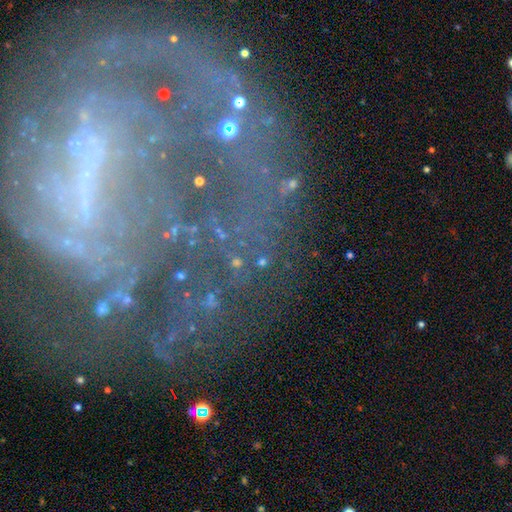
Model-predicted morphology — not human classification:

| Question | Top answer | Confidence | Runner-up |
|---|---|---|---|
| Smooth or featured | featured or disk | 64% | star or artifact (23%) |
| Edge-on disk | no | 94% | yes (6%) |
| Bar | no | 38% | strong (33%) |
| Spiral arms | yes | 68% | no (32%) |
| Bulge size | small | 45% | none (27%) |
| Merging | none | 57% | major disturbance (21%) |